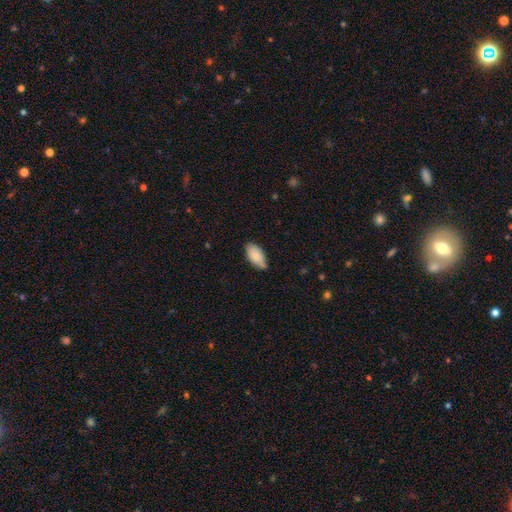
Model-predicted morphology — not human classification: smooth_or_featured: smooth (p=0.83) [alt: featured or disk p=0.10]
how_rounded: in between (p=0.94) [alt: cigar-shaped p=0.04]
merging: none (p=0.66) [alt: minor disturbance p=0.28]